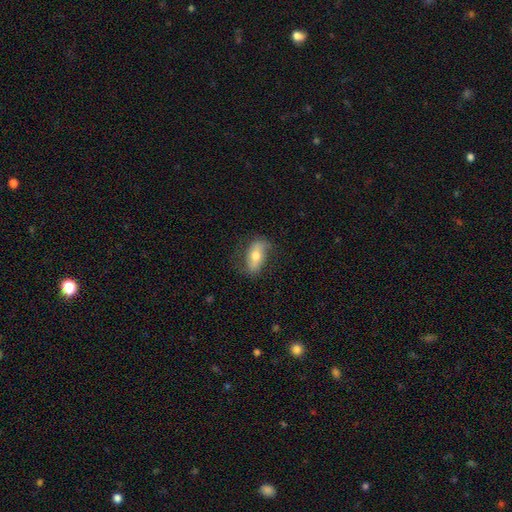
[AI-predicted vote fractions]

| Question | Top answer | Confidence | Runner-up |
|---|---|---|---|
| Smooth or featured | smooth | 52% | featured or disk (41%) |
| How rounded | in between | 84% | cigar-shaped (10%) |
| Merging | none | 72% | minor disturbance (20%) |